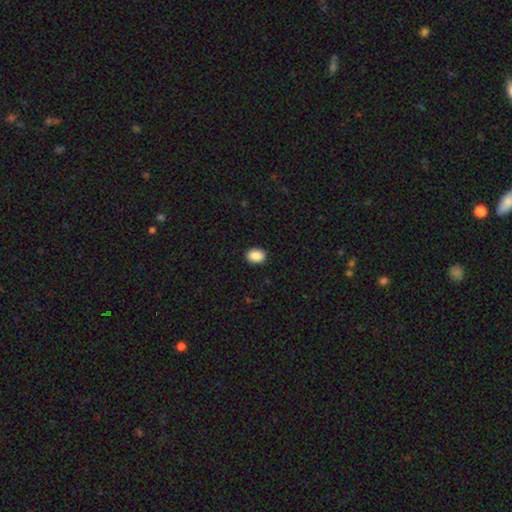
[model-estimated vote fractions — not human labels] smooth-or-featured: smooth: 90% | star or artifact: 8% | featured or disk: 2%
  how-rounded: in between: 74% | round: 25% | cigar-shaped: 1%
  merging: none: 91% | minor disturbance: 6% | major disturbance: 2% | merger: 1%